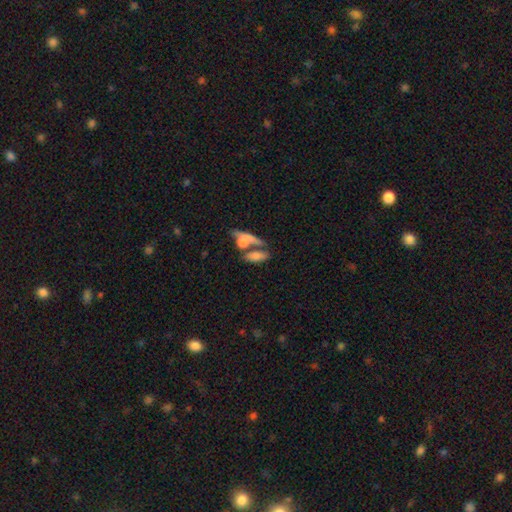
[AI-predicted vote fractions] This appears to be a smooth galaxy with no disk features (68%) that is in between round and cigar-shaped (69%). Merging: merger (43%).